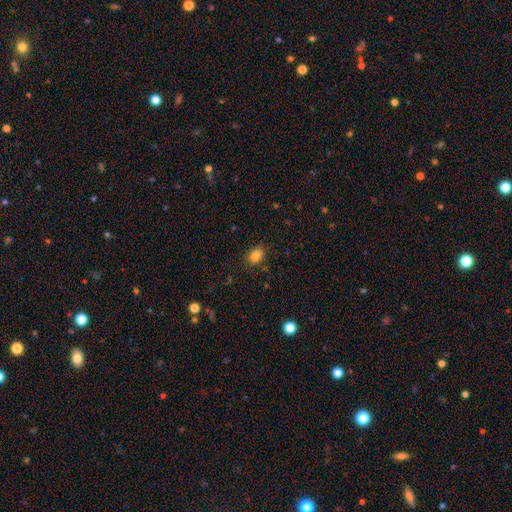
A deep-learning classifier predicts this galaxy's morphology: Q: Smooth or featured?
A: smooth (84%); runner-up: star or artifact (11%)
Q: How rounded?
A: in between (66%); runner-up: round (33%)
Q: Merging?
A: none (84%); runner-up: minor disturbance (11%)